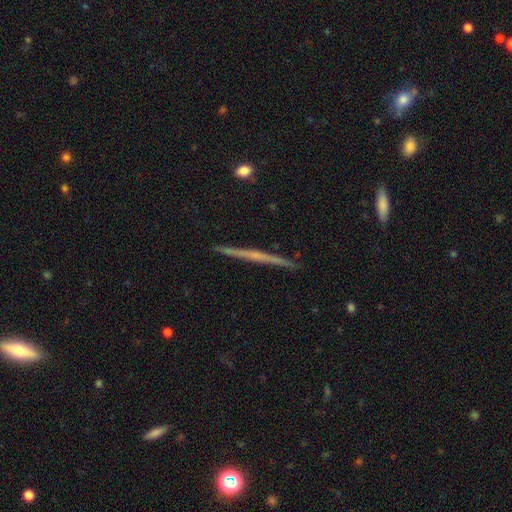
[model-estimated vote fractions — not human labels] This appears to be a featured or disk galaxy (67%) viewed edge-on (98%) with no central bulge (72%). Merging: none (92%).